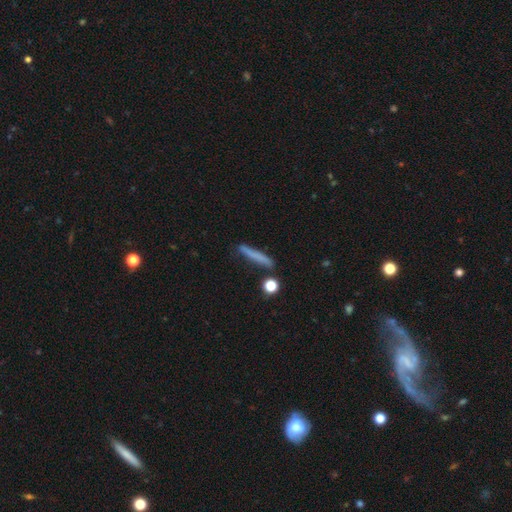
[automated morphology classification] Smooth or featured?
  - smooth: 68% *
  - featured or disk: 24%
  - star or artifact: 8%
How rounded?
  - cigar-shaped: 92% *
  - in between: 5%
  - round: 3%
Merging?
  - none: 81% *
  - minor disturbance: 11%
  - merger: 4%
  - major disturbance: 3%